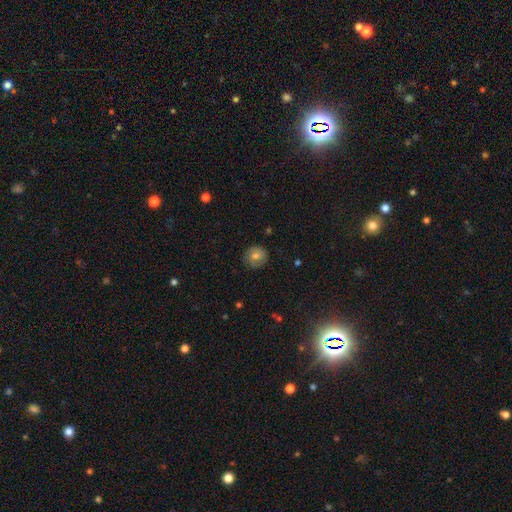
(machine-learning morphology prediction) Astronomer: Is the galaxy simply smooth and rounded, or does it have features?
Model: smooth — 60%.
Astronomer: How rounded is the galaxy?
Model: round — 86%.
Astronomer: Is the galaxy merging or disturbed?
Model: none — 82%.